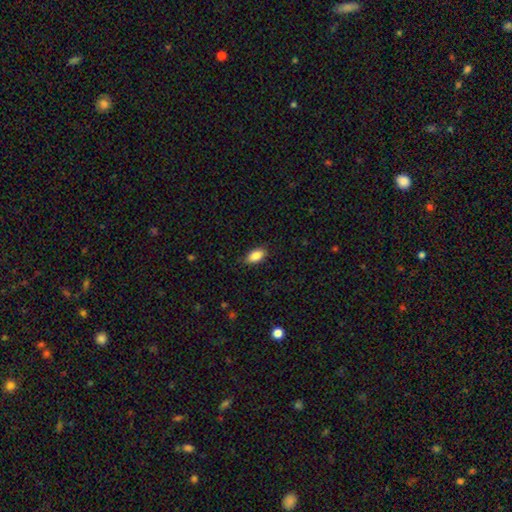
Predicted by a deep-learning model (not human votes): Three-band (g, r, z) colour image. It shows a smooth galaxy with no disk features (87%) that is in between round and cigar-shaped (91%). Merging: none (83%).